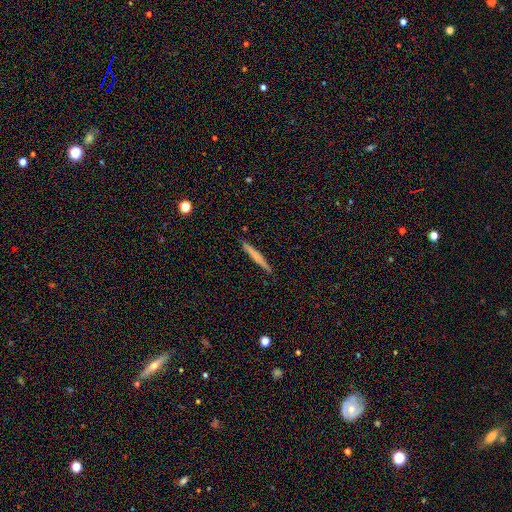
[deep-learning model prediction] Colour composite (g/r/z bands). It shows a smooth galaxy with no disk features (55%) that is cigar-shaped (96%). Merging: none (91%).